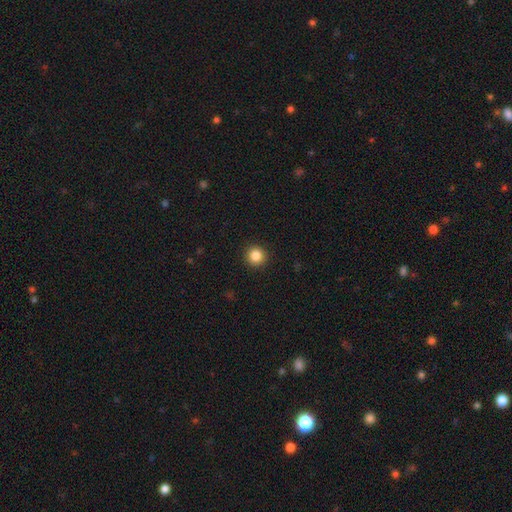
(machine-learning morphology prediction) smooth 86%, star or artifact 10%, featured or disk 4%. Down the decision tree: how rounded — round (95%); merging — none (93%).